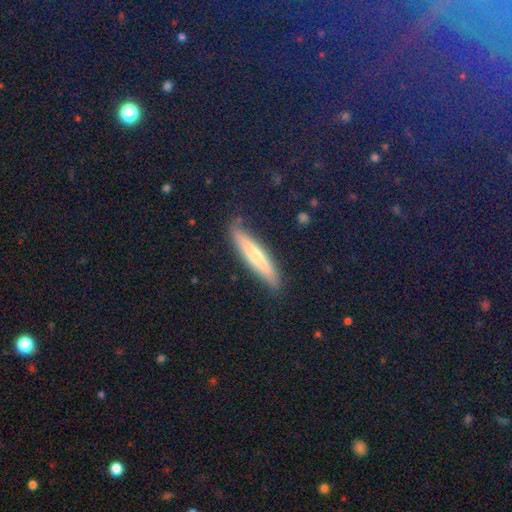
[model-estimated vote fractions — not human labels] smooth 53%, featured or disk 40%, star or artifact 7%. Down the decision tree: how rounded — cigar-shaped (90%); merging — none (84%).